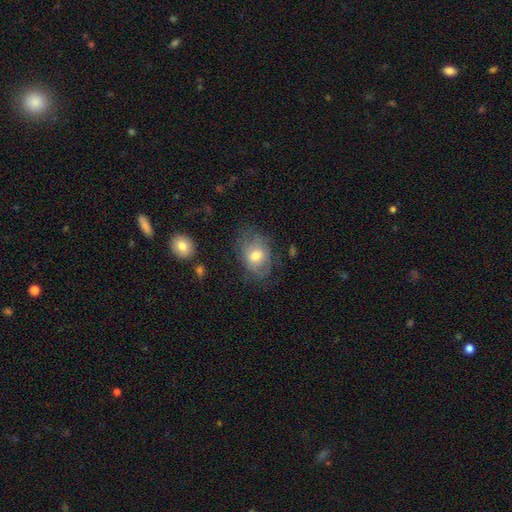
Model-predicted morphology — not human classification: Overall: smooth (61%; featured or disk 31%). How rounded: in between (67%; round 32%). Merging: none (54%; minor disturbance 26%).